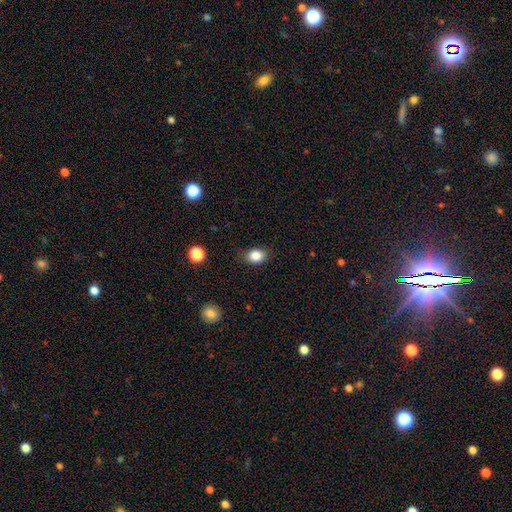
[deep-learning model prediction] This is clearly a smooth galaxy (85%). How rounded: likely in between (65%). Merging: likely none (80%).